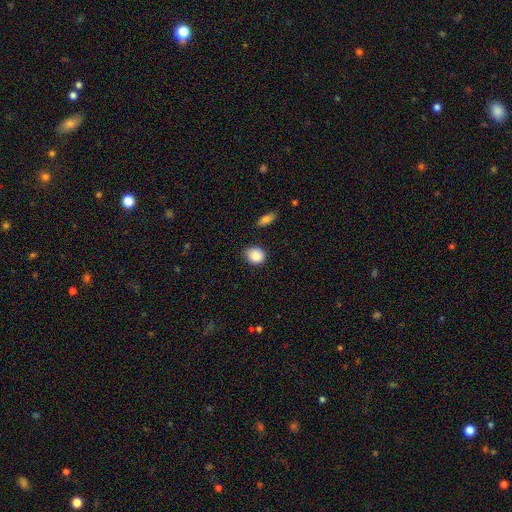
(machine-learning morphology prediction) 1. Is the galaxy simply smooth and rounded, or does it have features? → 88% smooth, 8% star or artifact, 4% featured or disk.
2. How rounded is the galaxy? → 62% round, 36% in between, 1% cigar-shaped.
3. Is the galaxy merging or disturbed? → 81% none, 13% minor disturbance, 3% major disturbance, 2% merger.